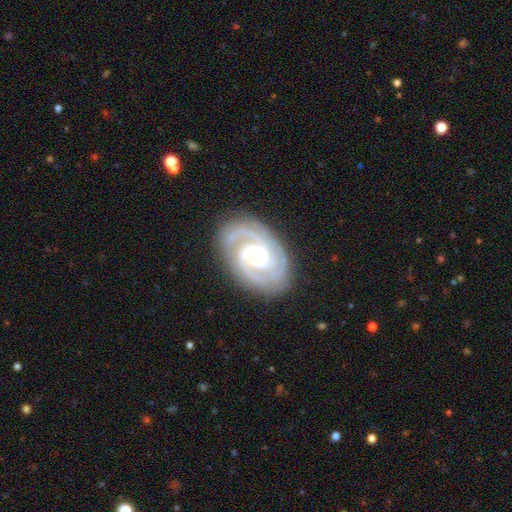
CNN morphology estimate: A featured or disk galaxy (91%) with no bar (43%), 2 (45%) tight (70%) spiral arms (98%) and a moderate central bulge (68%).

Vote fractions:
- Smooth or featured? featured or disk: 91% / smooth: 5% / star or artifact: 4%
- Edge-on disk? no: 97% / yes: 3%
- Bar? no: 43% / weak: 40% / strong: 17%
- Spiral arms? yes: 98% / no: 2%
- Spiral winding? tight: 70% / medium: 27% / loose: 3%
- Spiral arm count? 2: 45% / 3: 34% / can't tell: 9% / 4: 5% / 1: 4% / more than 4: 4%
- Bulge size? moderate: 68% / small: 21% / large: 9% / dominant: 1% / none: 1%
- Merging? none: 83% / minor disturbance: 12% / major disturbance: 3% / merger: 1%